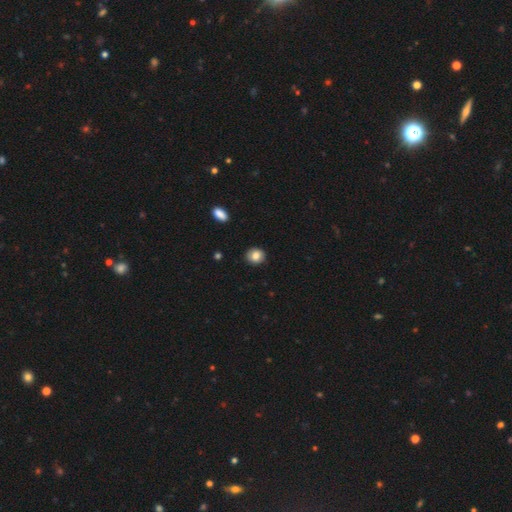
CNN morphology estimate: Overall: smooth (83%). How rounded: round (79%). Merging: none (88%).